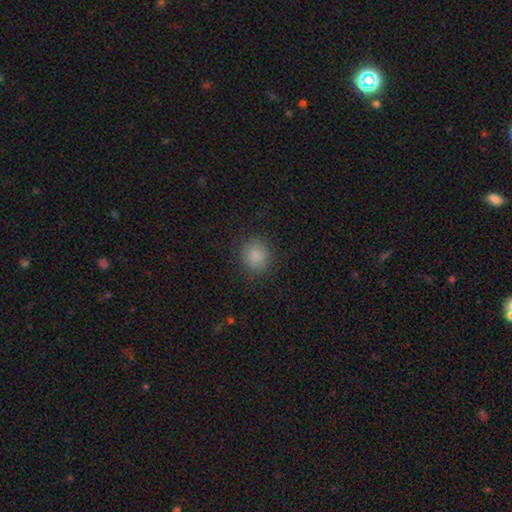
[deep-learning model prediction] Smooth or featured? smooth (86%)
How rounded? round (88%)
Merging? none (89%)